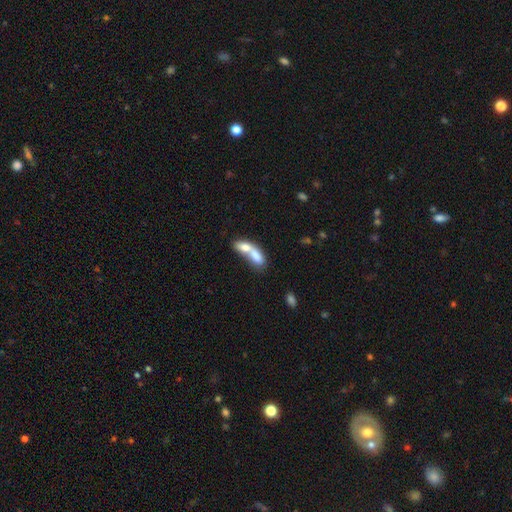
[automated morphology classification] smooth 72%, featured or disk 21%, star or artifact 8%. Down the decision tree: how rounded — in between (72%); merging — merger (74%).